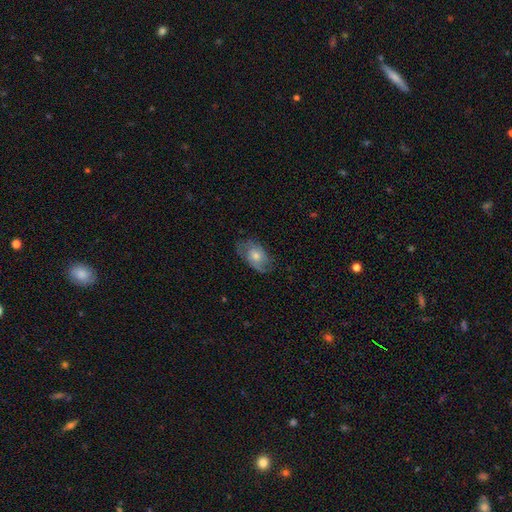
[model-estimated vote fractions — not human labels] A featured or disk galaxy (56%) with no bar (78%), spiral arms (76%) and a moderate central bulge (60%). Merging: none (67%).